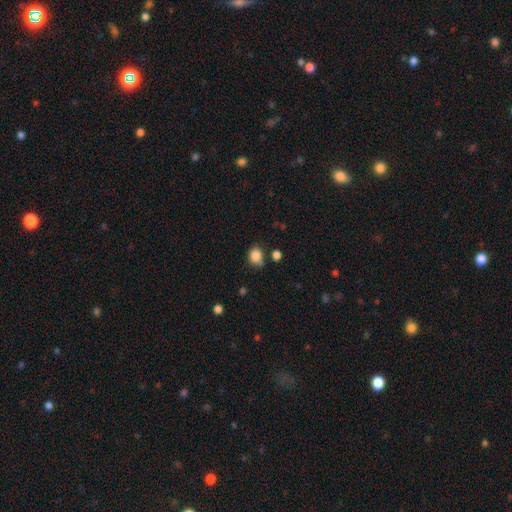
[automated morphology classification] The model was most divided on "how rounded": round: 57%, in between: 43%, cigar-shaped: 1%. More confident: smooth or featured — smooth (86%); merging — none (64%).